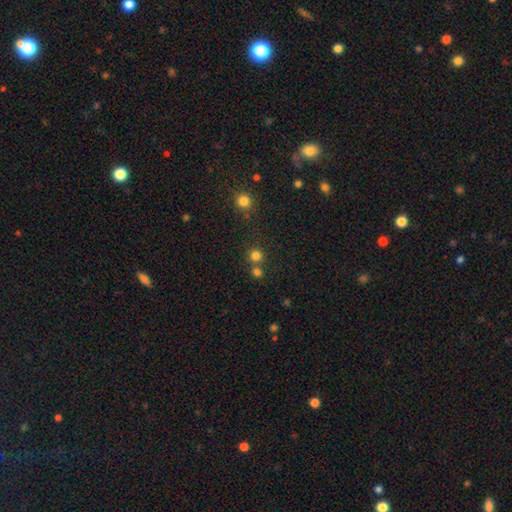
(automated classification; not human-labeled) Smooth or featured? smooth (78%)
How rounded? round (93%)
Merging? none (70%)